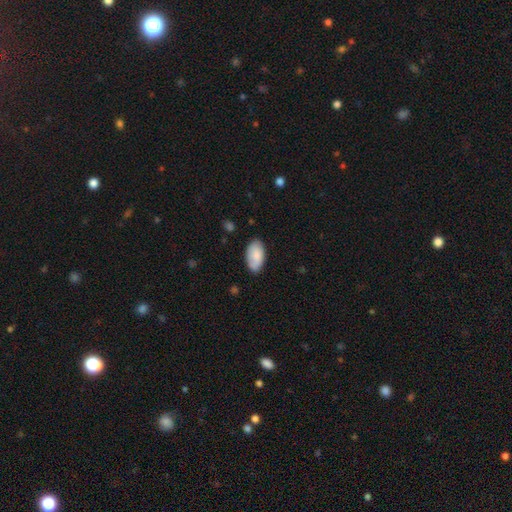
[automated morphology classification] A smooth galaxy with no disk features (83%) that is in between round and cigar-shaped (95%). Merging: none (80%).